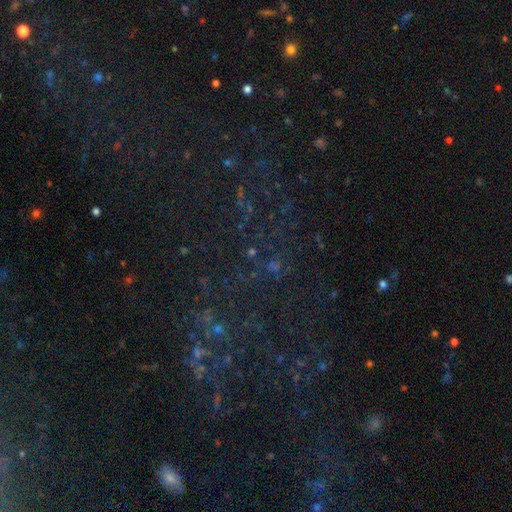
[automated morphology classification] This appears to be a star or artifact, not a galaxy (71%).